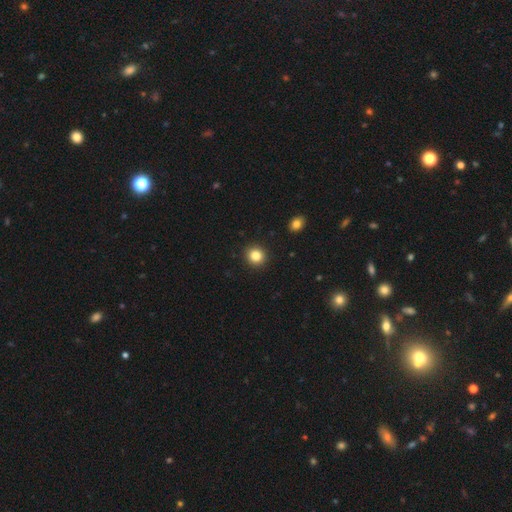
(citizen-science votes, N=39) Morphology: type=smooth (90%); roundness=round (97%); merging=none (84%).